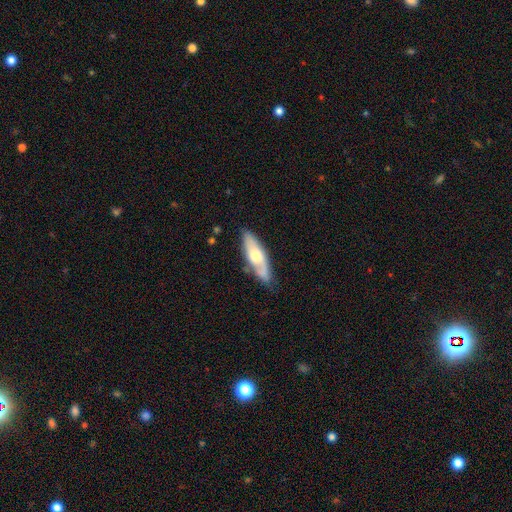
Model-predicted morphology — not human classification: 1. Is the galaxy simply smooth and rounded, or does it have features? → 48% smooth, 46% featured or disk, 5% star or artifact.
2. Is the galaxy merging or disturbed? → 74% none, 19% minor disturbance, 4% major disturbance, 3% merger.